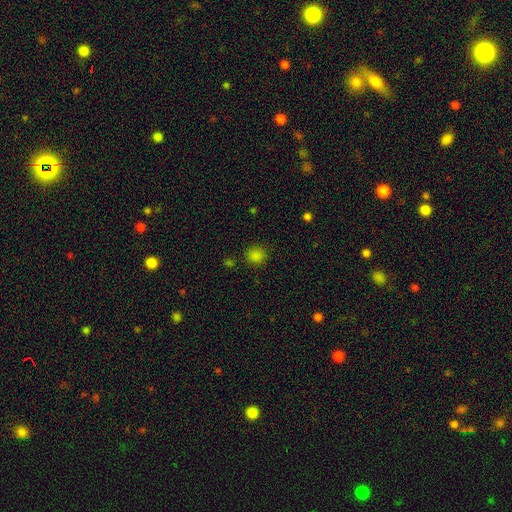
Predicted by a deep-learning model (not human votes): smooth 82%, star or artifact 15%, featured or disk 3%. Down the decision tree: how rounded — round (87%); merging — none (87%).